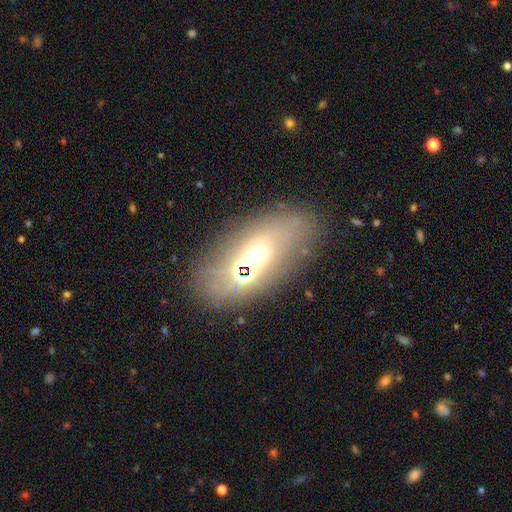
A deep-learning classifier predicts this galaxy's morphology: Smooth or featured: smooth — 45% (featured or disk — 35%)
Merging: none — 74% (minor disturbance — 13%)